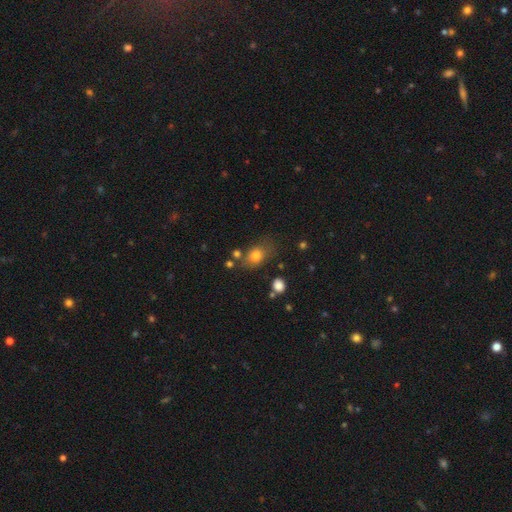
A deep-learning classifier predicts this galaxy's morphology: A smooth galaxy with no disk features (77%) that is in between round and cigar-shaped (63%).

Vote fractions:
- Smooth or featured? smooth: 77% / star or artifact: 12% / featured or disk: 11%
- How rounded? in between: 63% / round: 35% / cigar-shaped: 2%
- Merging? none: 65% / minor disturbance: 19% / merger: 8% / major disturbance: 8%